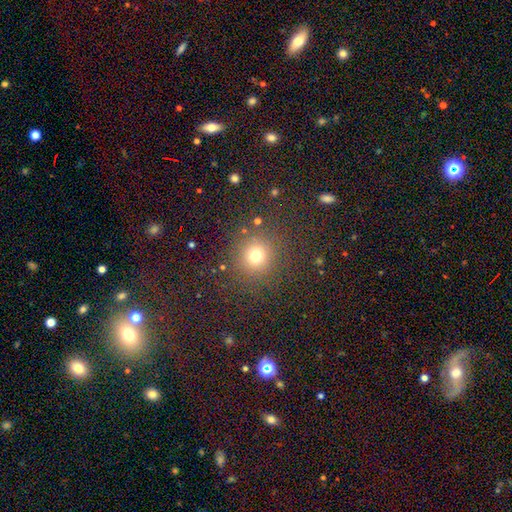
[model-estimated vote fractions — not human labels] Smooth or featured?
  - smooth: 73% *
  - star or artifact: 20%
  - featured or disk: 7%
How rounded?
  - round: 92% *
  - in between: 7%
  - cigar-shaped: 1%
Merging?
  - none: 86% *
  - minor disturbance: 7%
  - major disturbance: 4%
  - merger: 2%